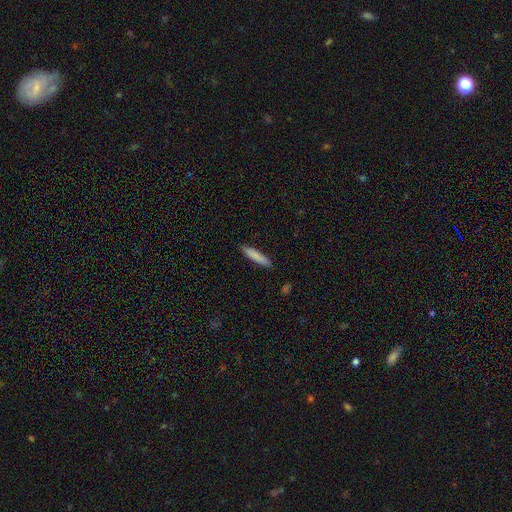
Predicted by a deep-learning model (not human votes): The model was most divided on "how rounded": cigar-shaped: 84%, in between: 14%, round: 1%. More confident: merging — none (87%); smooth or featured — smooth (84%).